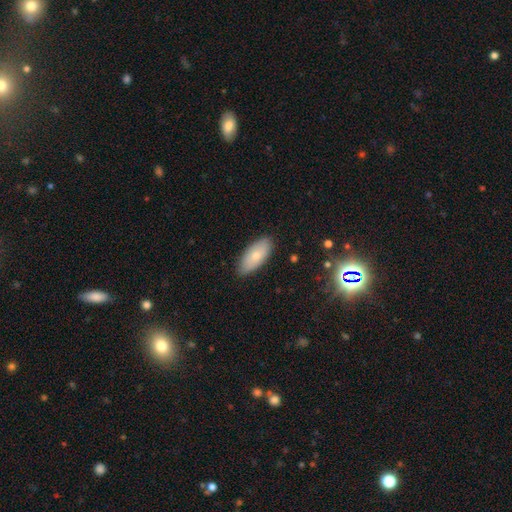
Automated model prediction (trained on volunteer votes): The model was most divided on "smooth or featured": smooth: 72%, featured or disk: 21%, star or artifact: 7%. More confident: how rounded — in between (88%); merging — none (86%).